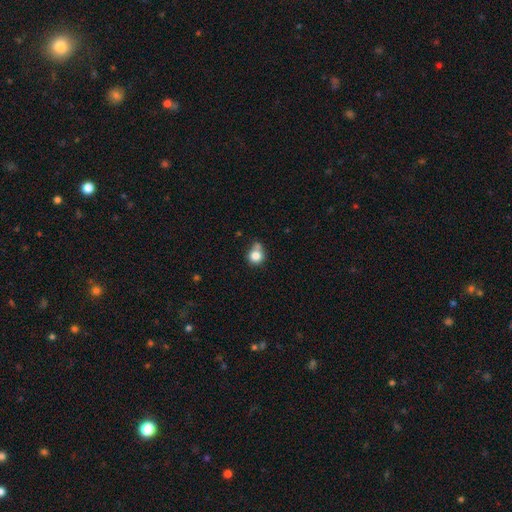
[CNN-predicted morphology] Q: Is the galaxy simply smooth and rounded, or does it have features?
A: smooth — 81%.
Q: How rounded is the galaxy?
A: round — 84%.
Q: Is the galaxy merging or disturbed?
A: none — 50%.